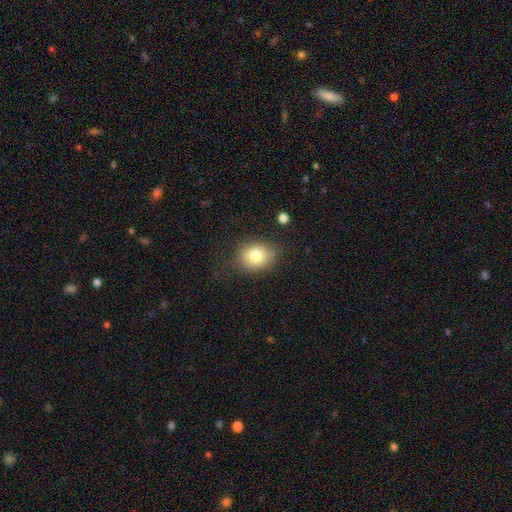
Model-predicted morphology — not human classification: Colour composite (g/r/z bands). It shows a smooth galaxy with no disk features (80%) that is round (57%). Merging: none (79%).